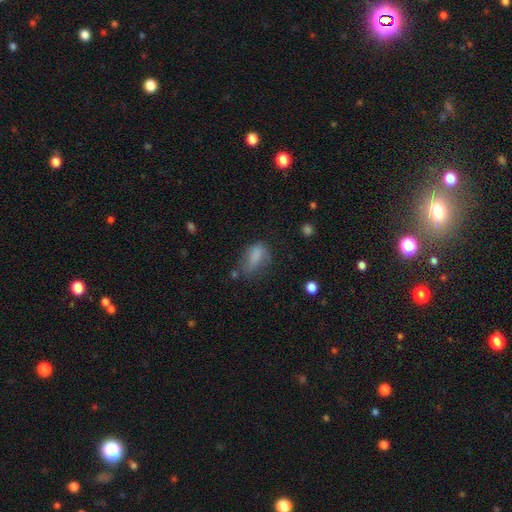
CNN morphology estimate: Smooth or featured? Predicted: smooth (p=0.74). How rounded? Predicted: in between (p=0.83). Merging? Predicted: none (p=0.38).